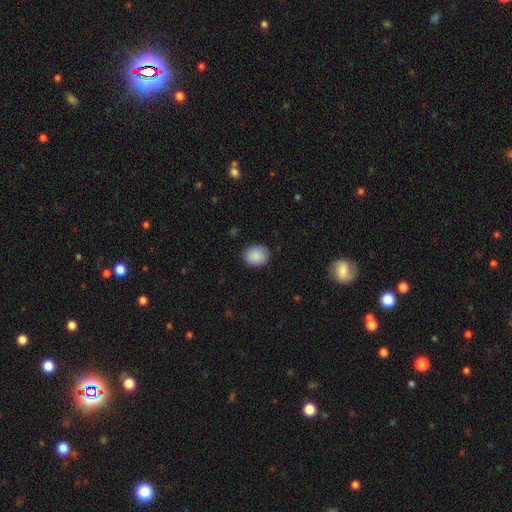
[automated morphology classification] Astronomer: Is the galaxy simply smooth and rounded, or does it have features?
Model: smooth — 89%.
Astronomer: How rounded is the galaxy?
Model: round — 63%.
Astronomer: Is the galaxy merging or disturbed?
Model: none — 86%.